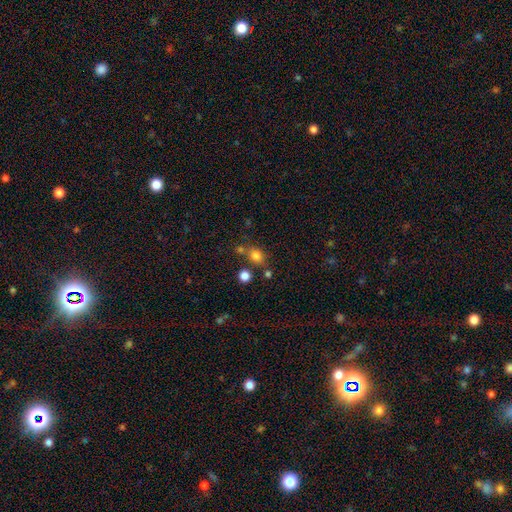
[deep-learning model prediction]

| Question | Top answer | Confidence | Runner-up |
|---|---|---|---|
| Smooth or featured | smooth | 78% | star or artifact (15%) |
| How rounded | round | 57% | in between (41%) |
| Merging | none | 67% | merger (16%) |